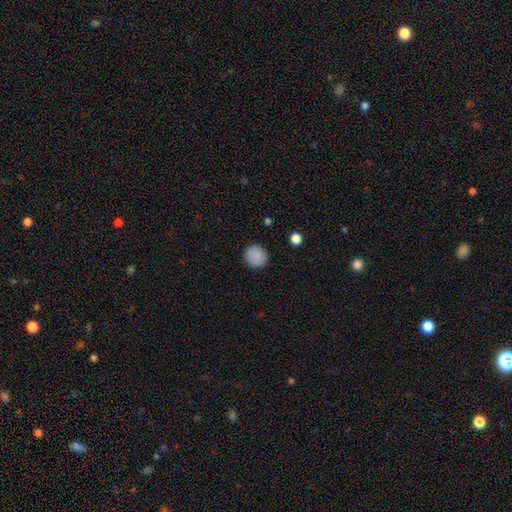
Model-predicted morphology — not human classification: Q: Smooth or featured?
A: smooth (87%); runner-up: star or artifact (8%)
Q: How rounded?
A: round (91%); runner-up: in between (8%)
Q: Merging?
A: none (89%); runner-up: minor disturbance (8%)